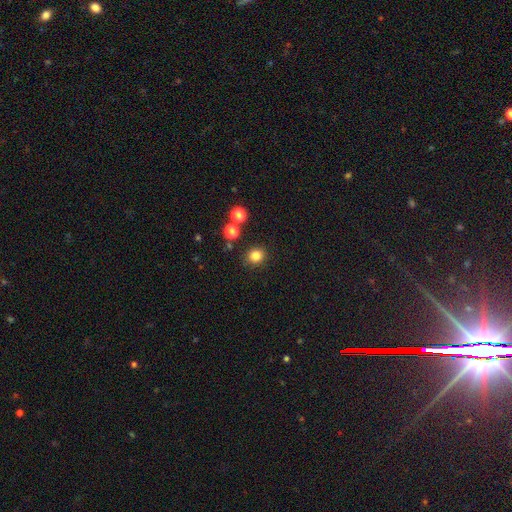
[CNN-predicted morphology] This appears to be a smooth galaxy with no disk features (82%) that is round (81%). Merging: none (88%).